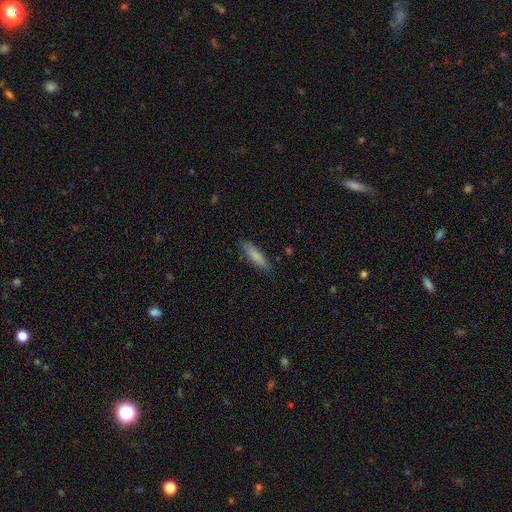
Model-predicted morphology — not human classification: smooth_or_featured: smooth (p=0.84) [alt: featured or disk p=0.10]
how_rounded: cigar-shaped (p=0.70) [alt: in between p=0.28]
merging: none (p=0.84) [alt: minor disturbance p=0.13]